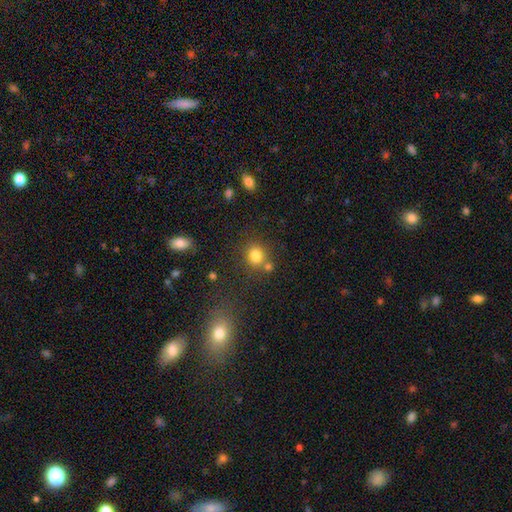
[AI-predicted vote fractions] Overall: smooth (80%). How rounded: round (80%). Merging: none (67%).